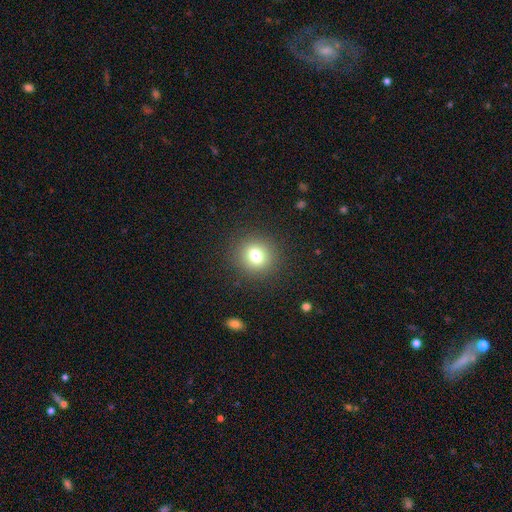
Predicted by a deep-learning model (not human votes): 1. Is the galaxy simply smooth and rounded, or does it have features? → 76% smooth, 13% star or artifact, 11% featured or disk.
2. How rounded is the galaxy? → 81% round, 18% in between, 1% cigar-shaped.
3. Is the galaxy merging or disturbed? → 88% none, 7% minor disturbance, 3% major disturbance, 1% merger.